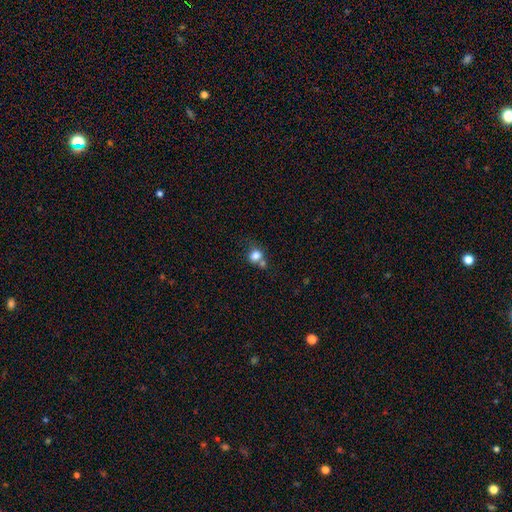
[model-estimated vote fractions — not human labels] A smooth galaxy with no disk features (81%) that is round (75%).

Vote fractions:
- Smooth or featured? smooth: 81% / star or artifact: 11% / featured or disk: 8%
- How rounded? round: 75% / in between: 24% / cigar-shaped: 1%
- Merging? none: 46% / merger: 34% / minor disturbance: 13% / major disturbance: 6%